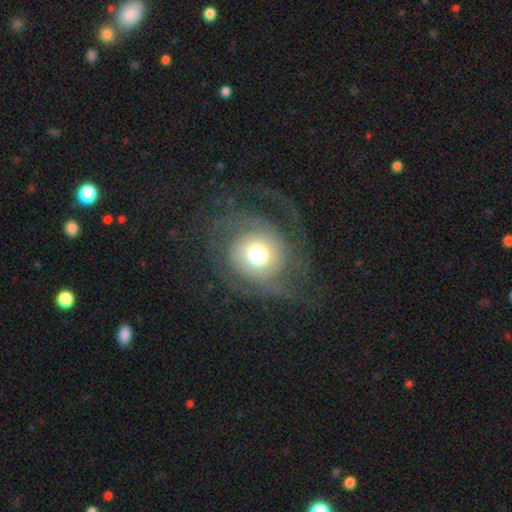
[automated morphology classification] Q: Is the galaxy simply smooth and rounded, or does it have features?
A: featured or disk — 58%.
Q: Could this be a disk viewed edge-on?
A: no — 96%.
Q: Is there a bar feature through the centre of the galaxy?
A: no — 85%.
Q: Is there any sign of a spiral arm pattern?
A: yes — 72%.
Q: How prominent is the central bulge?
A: moderate — 52%.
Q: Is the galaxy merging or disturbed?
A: none — 63%.